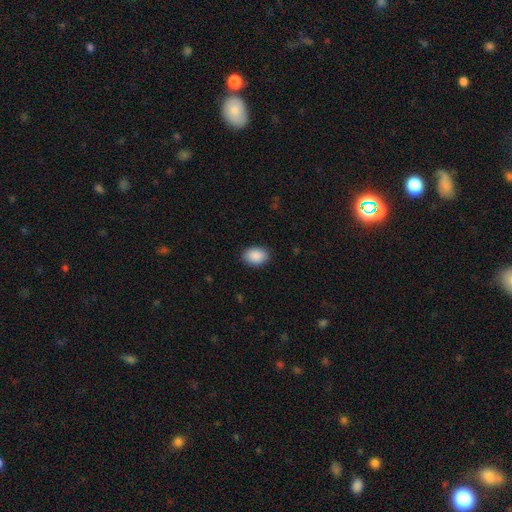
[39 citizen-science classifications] This is clearly a smooth galaxy (92%). How rounded: clearly in between (89%). Merging: clearly none (89%).